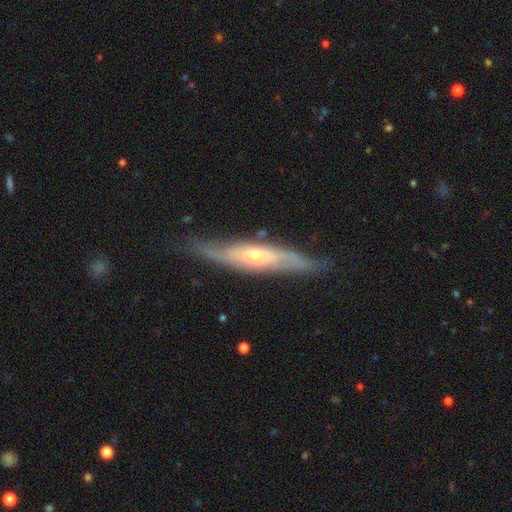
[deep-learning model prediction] A featured or disk galaxy (72%) viewed edge-on (55%).

Vote fractions:
- Smooth or featured? featured or disk: 72% / smooth: 22% / star or artifact: 6%
- Edge-on disk? yes: 55% / no: 45%
- Merging? none: 75% / minor disturbance: 18% / major disturbance: 5% / merger: 2%